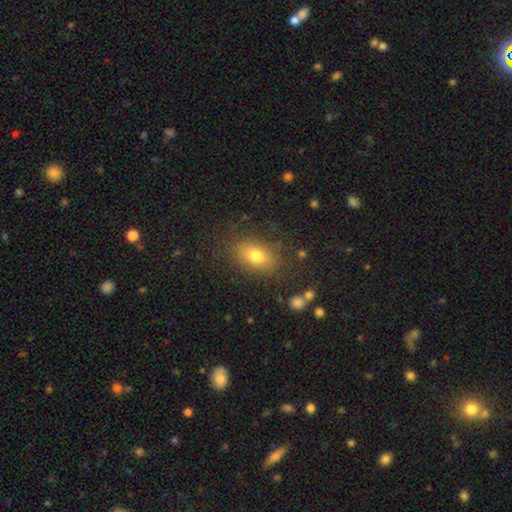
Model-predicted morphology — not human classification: Smooth or featured: smooth — 75% (featured or disk — 14%)
How rounded: in between — 81% (round — 16%)
Merging: none — 81% (minor disturbance — 12%)